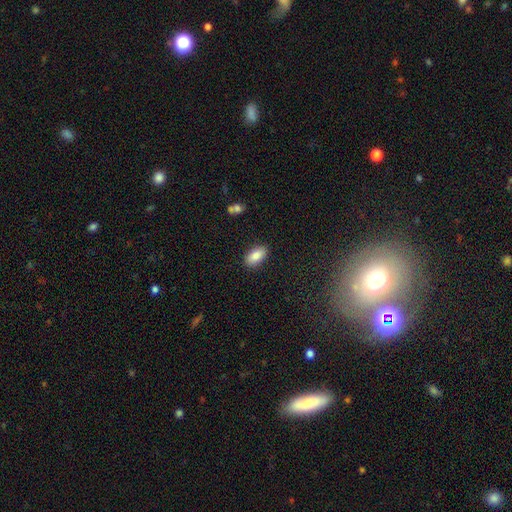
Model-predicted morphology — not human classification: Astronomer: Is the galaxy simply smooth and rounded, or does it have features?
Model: smooth — 85%.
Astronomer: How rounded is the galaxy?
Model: in between — 92%.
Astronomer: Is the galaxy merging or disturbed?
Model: none — 87%.